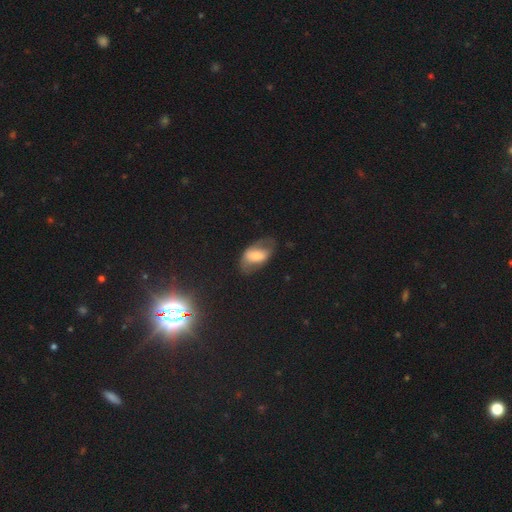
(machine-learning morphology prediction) The model was most divided on "smooth or featured": smooth: 54%, featured or disk: 36%, star or artifact: 9%. More confident: how rounded — in between (90%); merging — none (51%).